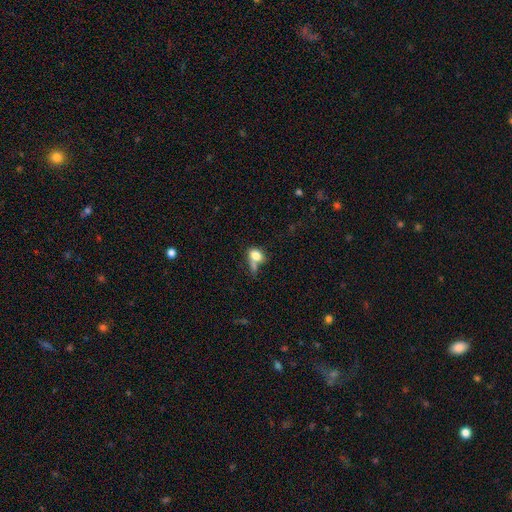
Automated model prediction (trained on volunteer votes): A smooth galaxy with no disk features (76%) that is in between round and cigar-shaped (67%).

Vote fractions:
- Smooth or featured? smooth: 76% / featured or disk: 14% / star or artifact: 10%
- How rounded? in between: 67% / round: 30% / cigar-shaped: 3%
- Merging? none: 33% / merger: 31% / minor disturbance: 20% / major disturbance: 17%